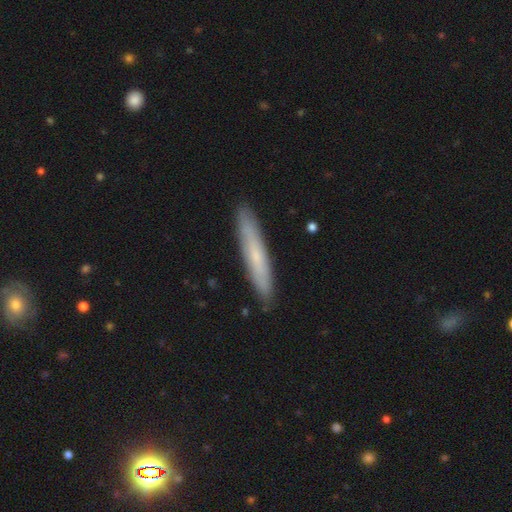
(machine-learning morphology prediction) smooth-or-featured: smooth: 58% | featured or disk: 36% | star or artifact: 6%
  how-rounded: cigar-shaped: 93% | in between: 6% | round: 1%
  merging: none: 89% | minor disturbance: 8% | major disturbance: 1% | merger: 1%